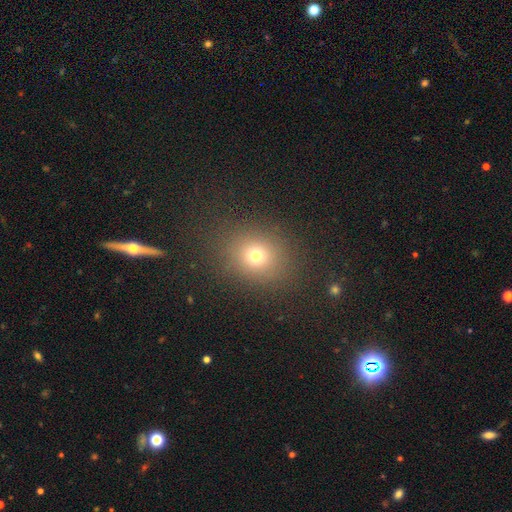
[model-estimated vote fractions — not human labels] This is likely a smooth galaxy (72%). How rounded: likely round (68%). Merging: clearly none (84%).